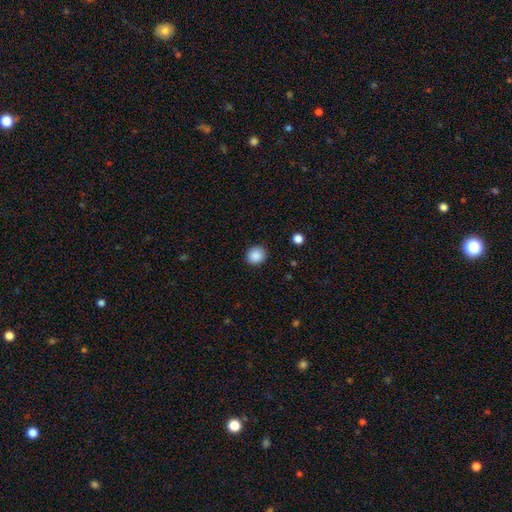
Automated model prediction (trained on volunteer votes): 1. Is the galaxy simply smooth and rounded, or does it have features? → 88% smooth, 9% star or artifact, 3% featured or disk.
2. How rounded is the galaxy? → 81% round, 18% in between, 1% cigar-shaped.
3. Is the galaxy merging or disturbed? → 89% none, 7% minor disturbance, 2% major disturbance, 1% merger.